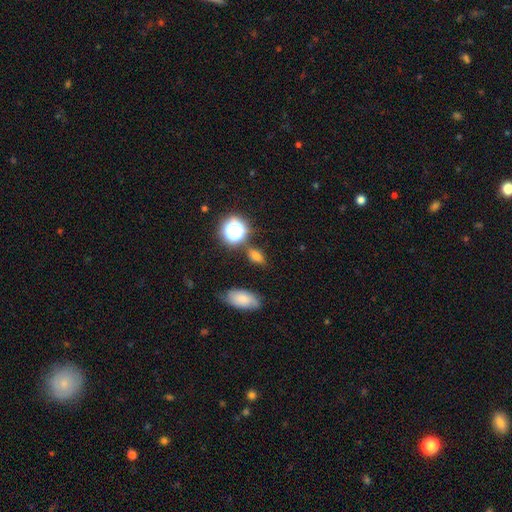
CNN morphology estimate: A smooth galaxy with no disk features (64%) that is in between round and cigar-shaped (68%). Merging: none (74%).